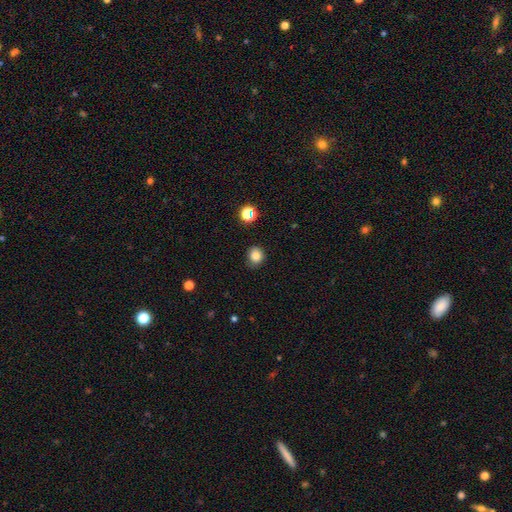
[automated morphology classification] Smooth or featured?
  - smooth: 83% *
  - star or artifact: 13%
  - featured or disk: 5%
How rounded?
  - round: 75% *
  - in between: 24%
  - cigar-shaped: 1%
Merging?
  - none: 81% *
  - minor disturbance: 14%
  - major disturbance: 3%
  - merger: 2%